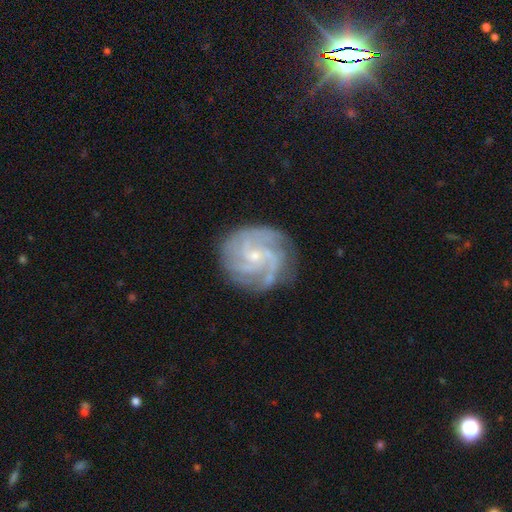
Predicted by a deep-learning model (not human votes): Morphology: type=featured or disk (88%); edge-on=no (98%); bar=no (59%); spiral arms=yes (98%); winding=tight (56%); arm count=3 (33%); bulge=small (74%); merging=none (77%).